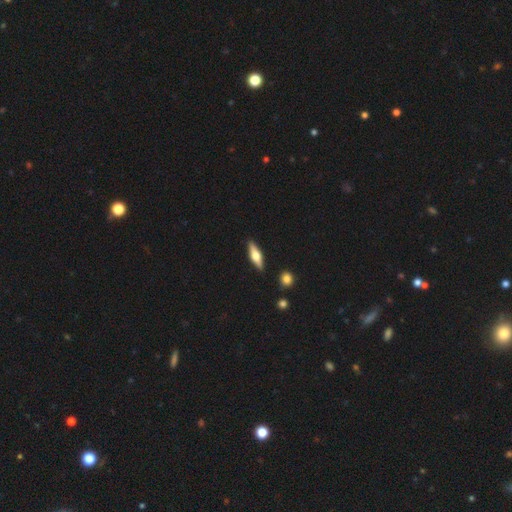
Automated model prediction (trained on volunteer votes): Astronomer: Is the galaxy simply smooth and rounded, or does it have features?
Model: featured or disk — 49% (runner-up: smooth, 45%).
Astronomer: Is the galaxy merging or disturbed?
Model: none — 89%.